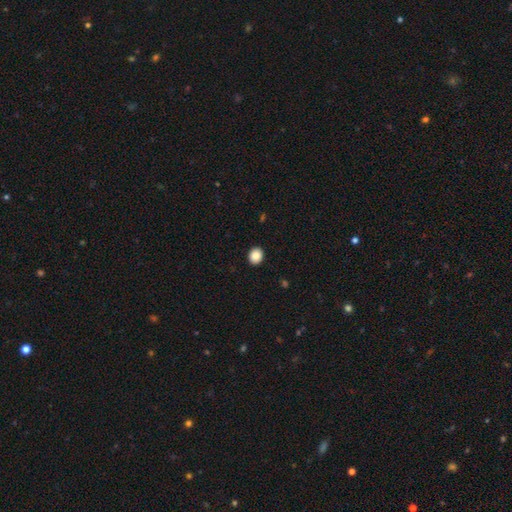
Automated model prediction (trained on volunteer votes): Smooth or featured? Predicted: smooth (p=0.88). How rounded? Predicted: round (p=0.73). Merging? Predicted: none (p=0.92).